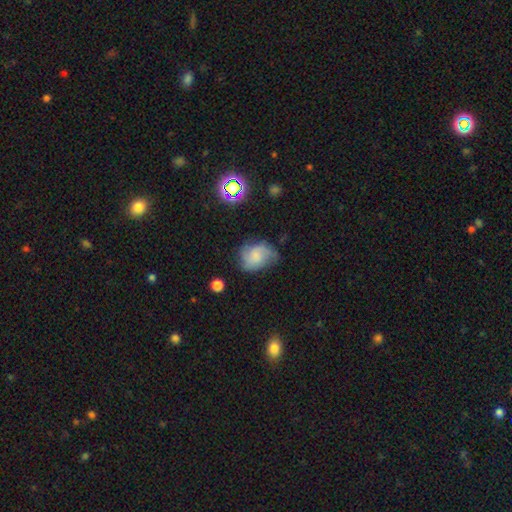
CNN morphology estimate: Overall: featured or disk (47%; smooth 43%). Merging: none (54%; minor disturbance 30%).